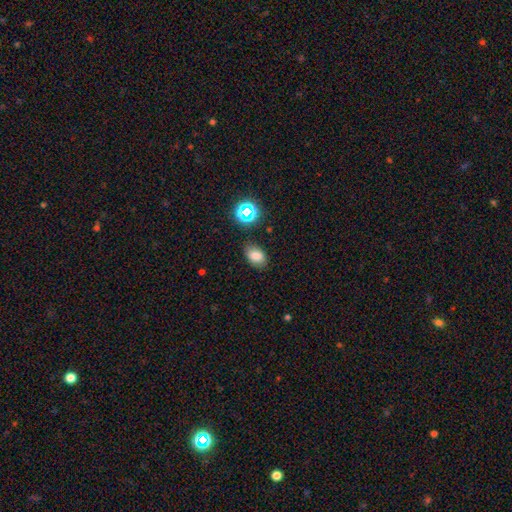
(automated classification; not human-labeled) A smooth galaxy with no disk features (77%) that is in between round and cigar-shaped (83%). Merging: none (80%).